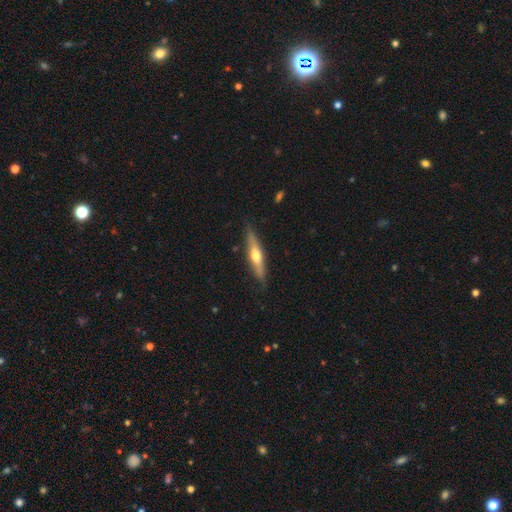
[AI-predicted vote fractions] A featured or disk galaxy (53%) viewed edge-on (92%). Merging: none (84%).